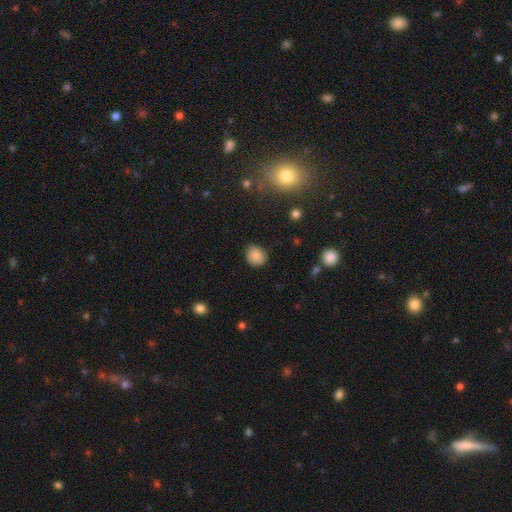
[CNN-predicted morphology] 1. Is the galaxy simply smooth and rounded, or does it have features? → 81% smooth, 10% star or artifact, 9% featured or disk.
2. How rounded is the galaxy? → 73% round, 26% in between, 1% cigar-shaped.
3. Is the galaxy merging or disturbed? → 72% none, 23% minor disturbance, 4% major disturbance, 1% merger.